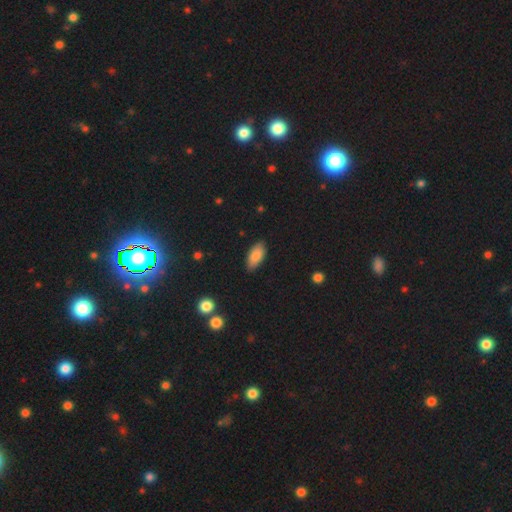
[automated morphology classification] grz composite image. It shows a smooth galaxy with no disk features (83%) that is in between round and cigar-shaped (90%). Merging: none (84%).